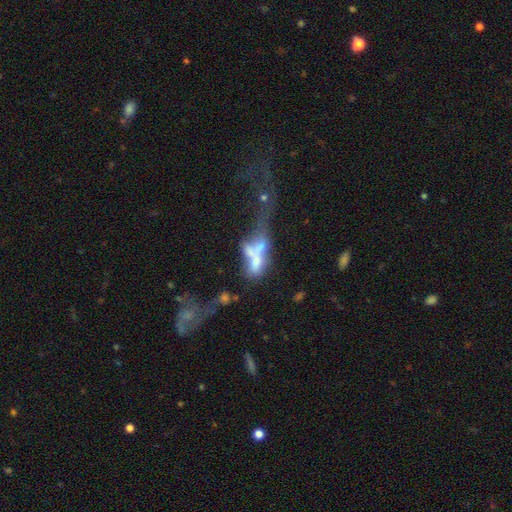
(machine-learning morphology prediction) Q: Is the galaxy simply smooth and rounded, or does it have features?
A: featured or disk — 47%.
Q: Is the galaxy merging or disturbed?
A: merger — 54%.